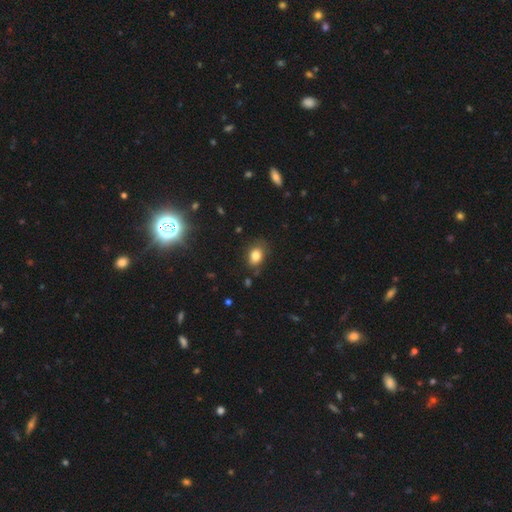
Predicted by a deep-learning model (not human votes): The model was most divided on "how rounded": in between: 68%, round: 31%, cigar-shaped: 1%. More confident: smooth or featured — smooth (81%); merging — none (76%).